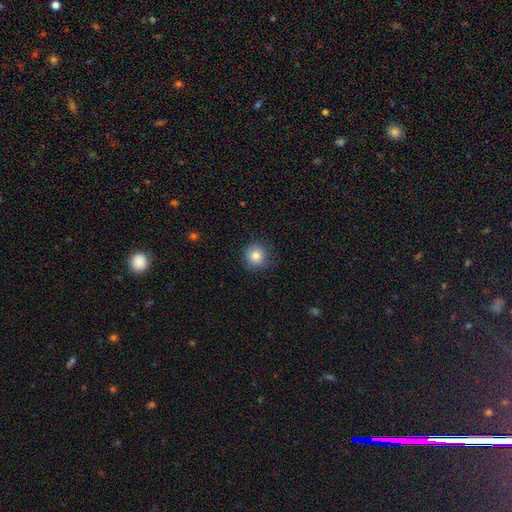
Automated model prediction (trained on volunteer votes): A smooth galaxy with no disk features (81%) that is round (94%).

Vote fractions:
- Smooth or featured? smooth: 81% / star or artifact: 11% / featured or disk: 8%
- How rounded? round: 94% / in between: 6% / cigar-shaped: 1%
- Merging? none: 85% / minor disturbance: 11% / major disturbance: 3% / merger: 1%